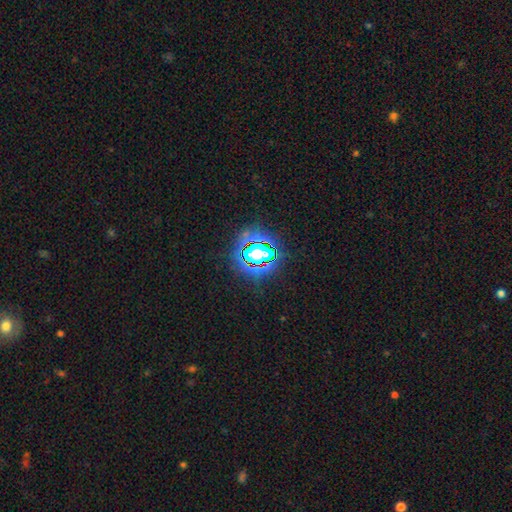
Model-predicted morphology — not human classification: A star or artifact, not a galaxy (75%).

Vote fractions:
- Smooth or featured? star or artifact: 75% / smooth: 16% / featured or disk: 9%